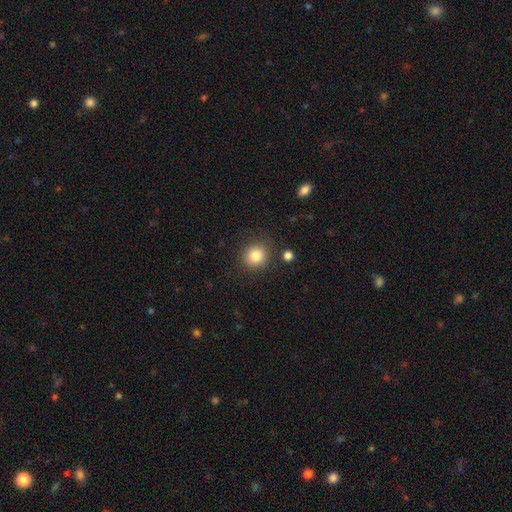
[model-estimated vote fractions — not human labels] A smooth galaxy with no disk features (83%) that is round (87%). Merging: none (85%).